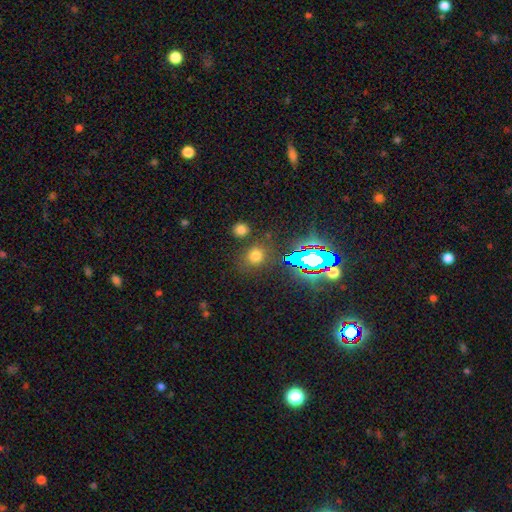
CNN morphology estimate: This appears to be a smooth galaxy with no disk features (68%) that is round (77%). Merging: none (81%).